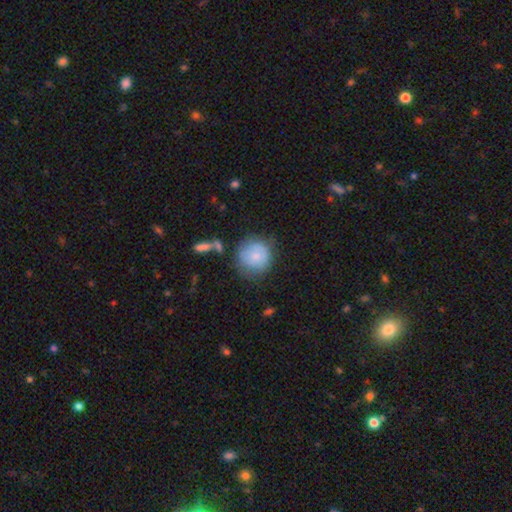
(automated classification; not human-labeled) A smooth galaxy with no disk features (78%) that is round (90%).

Vote fractions:
- Smooth or featured? smooth: 78% / featured or disk: 15% / star or artifact: 7%
- How rounded? round: 90% / in between: 9% / cigar-shaped: 1%
- Merging? none: 64% / minor disturbance: 22% / major disturbance: 8% / merger: 5%